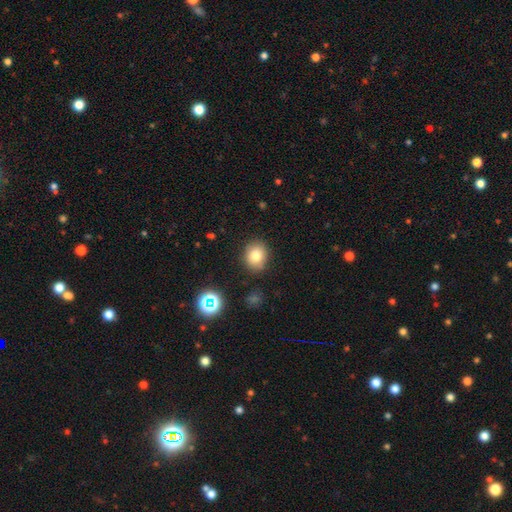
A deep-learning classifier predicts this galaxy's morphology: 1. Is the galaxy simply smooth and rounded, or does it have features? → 78% smooth, 12% star or artifact, 9% featured or disk.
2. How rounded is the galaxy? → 68% round, 31% in between, 1% cigar-shaped.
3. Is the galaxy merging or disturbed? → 85% none, 10% minor disturbance, 3% major disturbance, 2% merger.